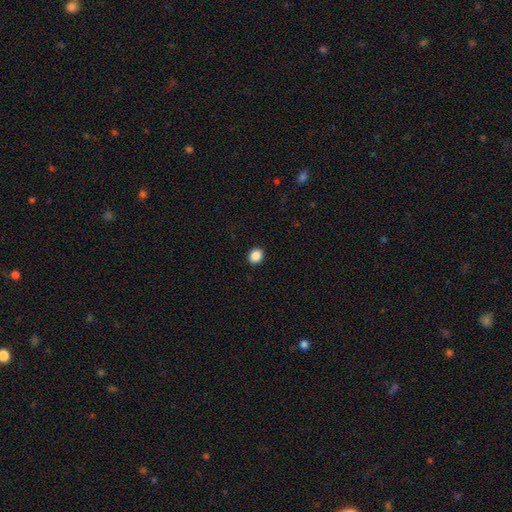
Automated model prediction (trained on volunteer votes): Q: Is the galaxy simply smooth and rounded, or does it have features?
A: smooth — 88%.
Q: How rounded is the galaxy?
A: round — 72%.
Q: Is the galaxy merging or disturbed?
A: none — 92%.